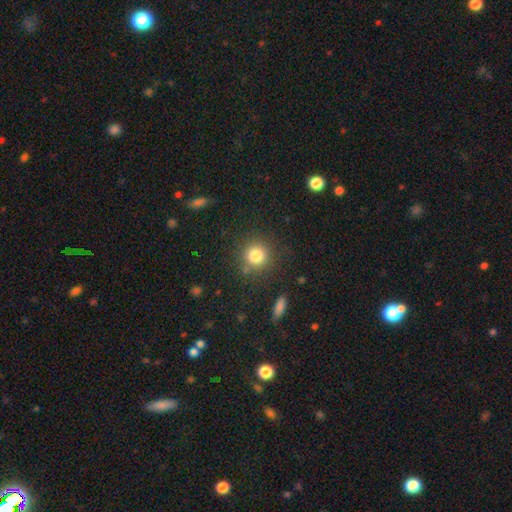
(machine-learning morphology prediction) smooth_or_featured: smooth (p=0.82) [alt: star or artifact p=0.12]
how_rounded: round (p=0.91) [alt: in between p=0.08]
merging: none (p=0.82) [alt: minor disturbance p=0.10]